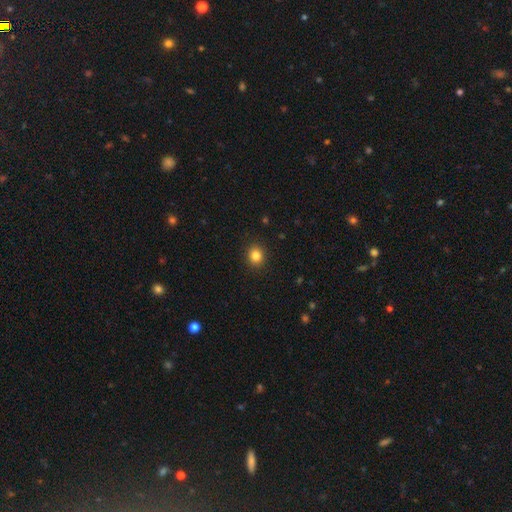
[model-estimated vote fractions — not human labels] smooth_or_featured: smooth (p=0.84) [alt: star or artifact p=0.11]
how_rounded: round (p=0.77) [alt: in between p=0.22]
merging: none (p=0.91) [alt: minor disturbance p=0.06]